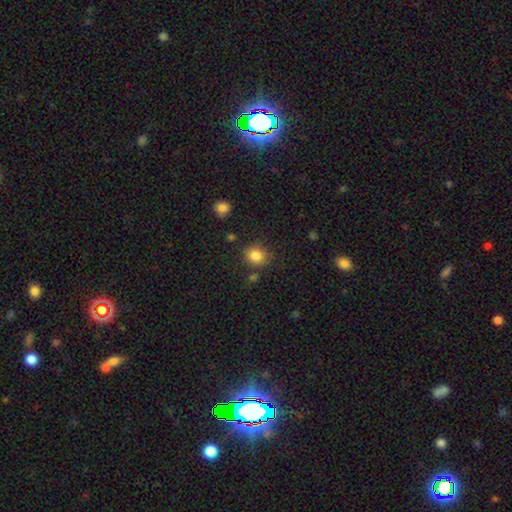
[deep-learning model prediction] A smooth galaxy with no disk features (84%) that is round (84%).

Vote fractions:
- Smooth or featured? smooth: 84% / star or artifact: 11% / featured or disk: 5%
- How rounded? round: 84% / in between: 15% / cigar-shaped: 1%
- Merging? none: 81% / minor disturbance: 10% / merger: 5% / major disturbance: 3%